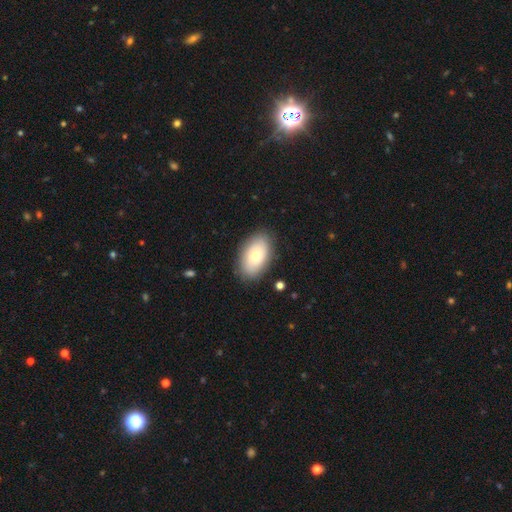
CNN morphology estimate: type=smooth (72%); roundness=in between (92%); merging=none (84%).